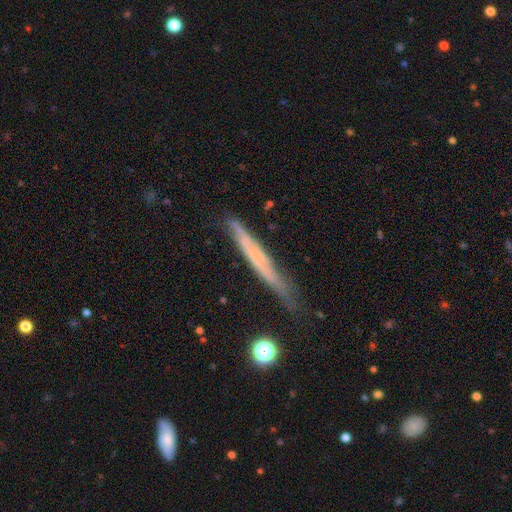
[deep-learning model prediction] Q: Smooth or featured?
A: featured or disk (51%); runner-up: smooth (41%)
Q: Edge-on disk?
A: yes (89%); runner-up: no (11%)
Q: Merging?
A: none (71%); runner-up: minor disturbance (22%)